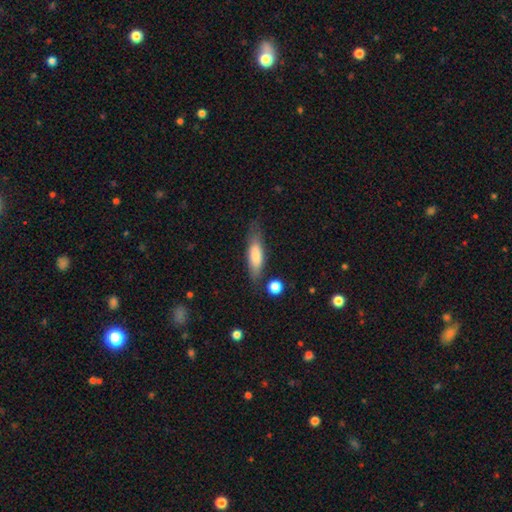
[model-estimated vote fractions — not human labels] Smooth or featured: smooth — 75% (featured or disk — 18%)
How rounded: cigar-shaped — 57% (in between — 41%)
Merging: none — 67% (minor disturbance — 21%)